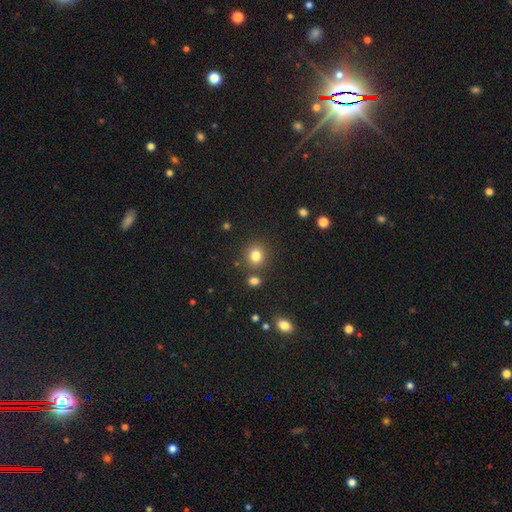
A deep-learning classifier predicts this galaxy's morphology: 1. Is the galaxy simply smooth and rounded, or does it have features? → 81% smooth, 13% star or artifact, 6% featured or disk.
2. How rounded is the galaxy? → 82% round, 17% in between, 1% cigar-shaped.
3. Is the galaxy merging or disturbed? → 82% none, 8% minor disturbance, 7% merger, 3% major disturbance.